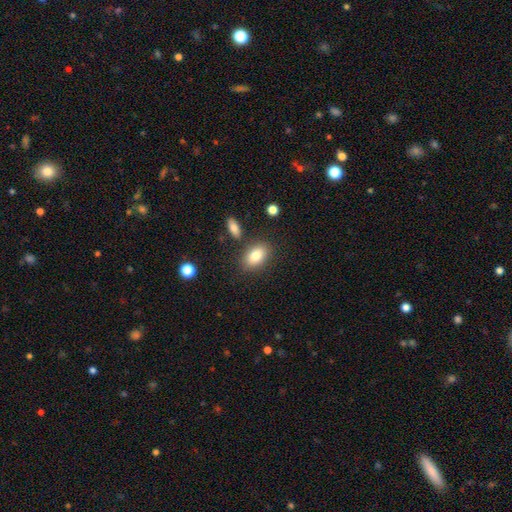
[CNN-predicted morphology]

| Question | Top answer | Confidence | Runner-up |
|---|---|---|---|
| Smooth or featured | smooth | 82% | featured or disk (10%) |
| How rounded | in between | 87% | round (11%) |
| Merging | none | 80% | minor disturbance (11%) |